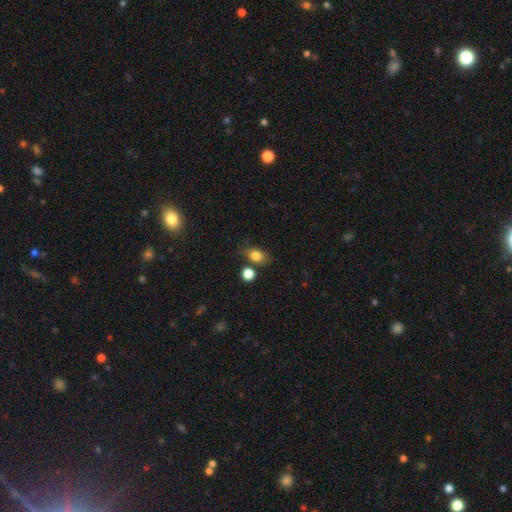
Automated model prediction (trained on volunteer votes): Q: Smooth or featured?
A: smooth (82%); runner-up: star or artifact (10%)
Q: How rounded?
A: in between (73%); runner-up: round (24%)
Q: Merging?
A: none (68%); runner-up: minor disturbance (16%)